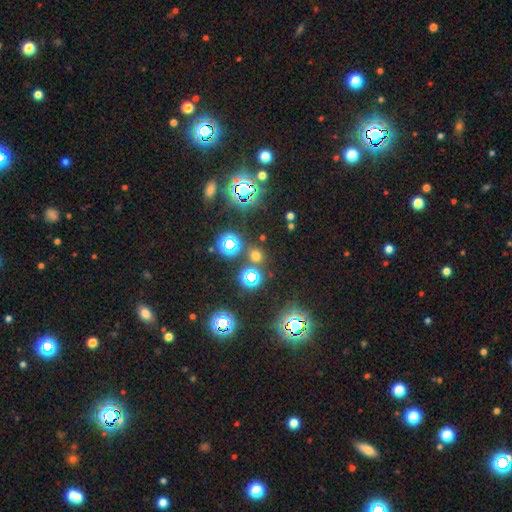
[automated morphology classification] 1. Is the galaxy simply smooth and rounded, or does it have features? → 49% star or artifact, 45% smooth, 6% featured or disk.